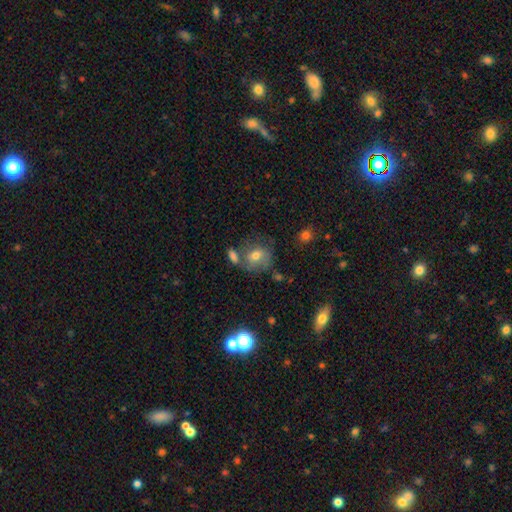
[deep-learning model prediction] Smooth or featured: smooth — 66% (featured or disk — 22%)
How rounded: round — 66% (in between — 33%)
Merging: none — 51% (merger — 22%)